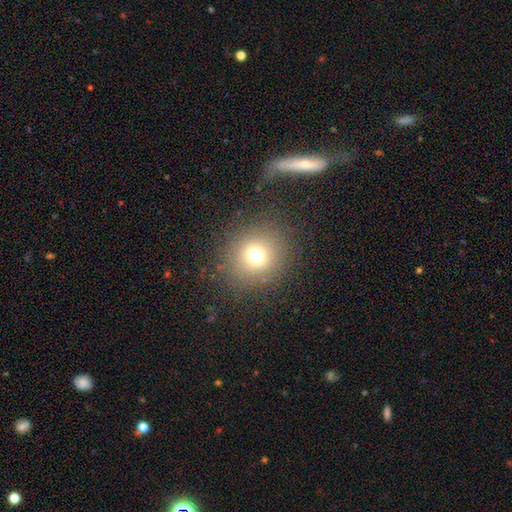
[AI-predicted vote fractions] smooth_or_featured: smooth (p=0.70) [alt: star or artifact p=0.18]
how_rounded: round (p=0.82) [alt: in between p=0.17]
merging: none (p=0.84) [alt: minor disturbance p=0.09]